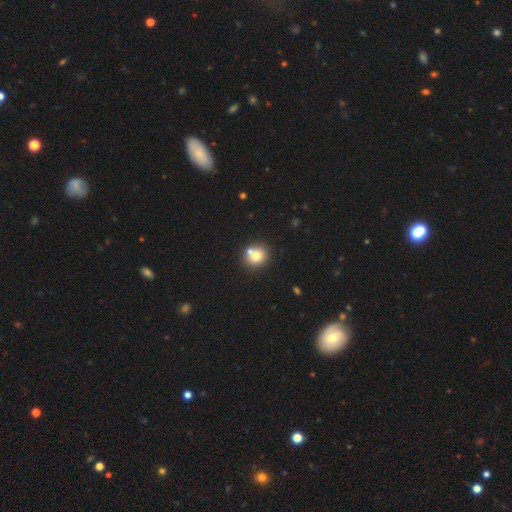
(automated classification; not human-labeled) Smooth or featured: smooth — 75% (featured or disk — 14%)
How rounded: round — 84% (in between — 15%)
Merging: none — 63% (merger — 25%)